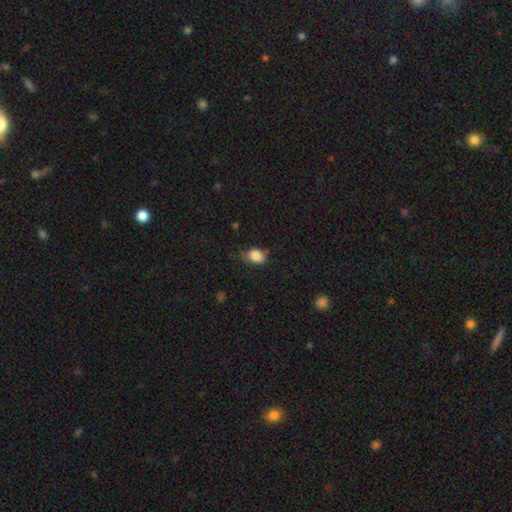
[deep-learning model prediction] Smooth or featured: smooth — 83% (star or artifact — 9%)
How rounded: in between — 71% (round — 27%)
Merging: none — 56% (minor disturbance — 34%)